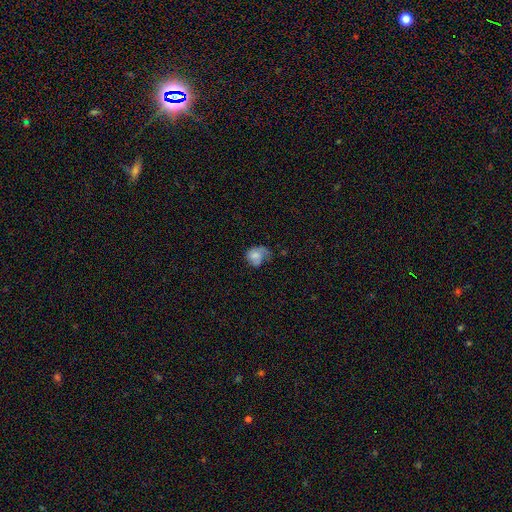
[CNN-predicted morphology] Smooth or featured?
  - smooth: 62% *
  - featured or disk: 28%
  - star or artifact: 9%
How rounded?
  - round: 52% *
  - in between: 47%
  - cigar-shaped: 1%
Merging?
  - minor disturbance: 34% *
  - major disturbance: 32%
  - none: 30%
  - merger: 4%